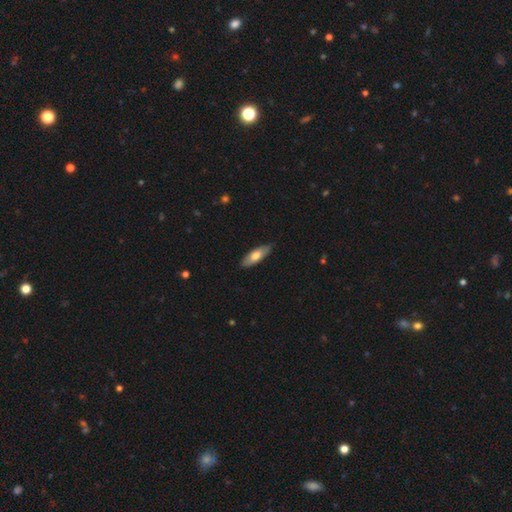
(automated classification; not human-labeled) Smooth or featured? smooth (67%)
How rounded? in between (67%)
Merging? none (87%)